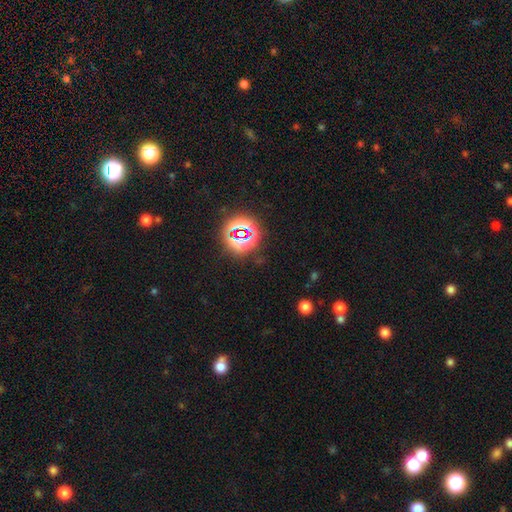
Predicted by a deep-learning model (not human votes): This is likely a star or artifact rather than a galaxy (77%).